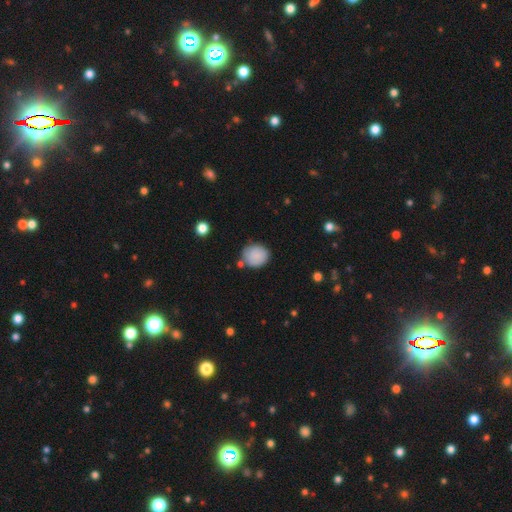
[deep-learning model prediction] The model was most divided on "merging": none: 72%, minor disturbance: 17%, merger: 7%, major disturbance: 4%. More confident: smooth or featured — smooth (86%); how rounded — round (78%).